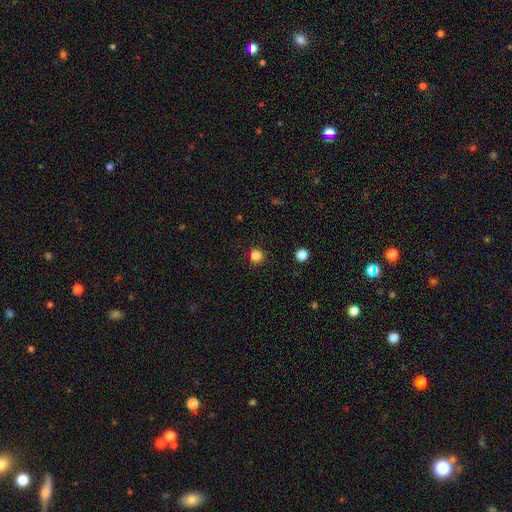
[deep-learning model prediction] smooth 83%, star or artifact 13%, featured or disk 3%. Down the decision tree: how rounded — round (94%); merging — none (89%).